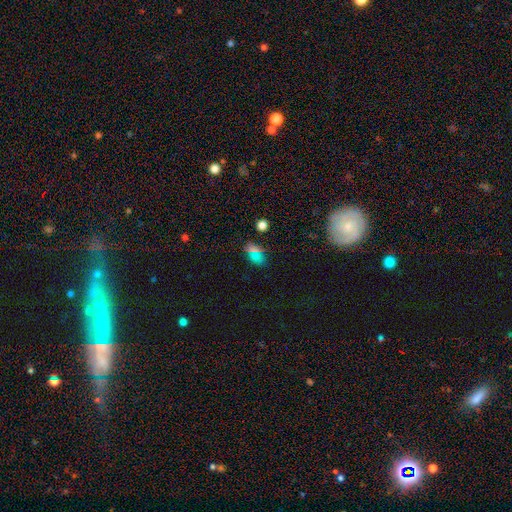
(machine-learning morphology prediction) Q: Smooth or featured?
A: smooth (62%); runner-up: star or artifact (31%)
Q: How rounded?
A: in between (79%); runner-up: round (14%)
Q: Merging?
A: none (75%); runner-up: minor disturbance (14%)